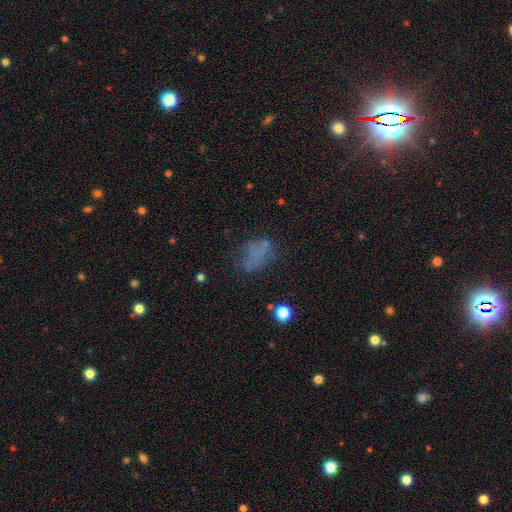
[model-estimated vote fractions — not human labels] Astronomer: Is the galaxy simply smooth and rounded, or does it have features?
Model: smooth — 50% (runner-up: featured or disk, 29%).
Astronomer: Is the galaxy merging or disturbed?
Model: none — 45% (runner-up: major disturbance, 26%).